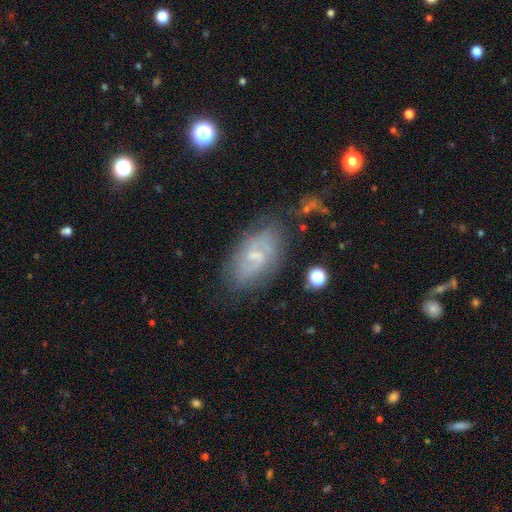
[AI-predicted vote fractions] The model was most divided on "spiral winding": medium: 42%, tight: 36%, loose: 21%. More confident: edge-on disk — no (95%); spiral arms — yes (81%); smooth or featured — featured or disk (68%); merging — none (66%); spiral arm count — 2 (55%); bar — weak (53%); bulge size — small (52%).